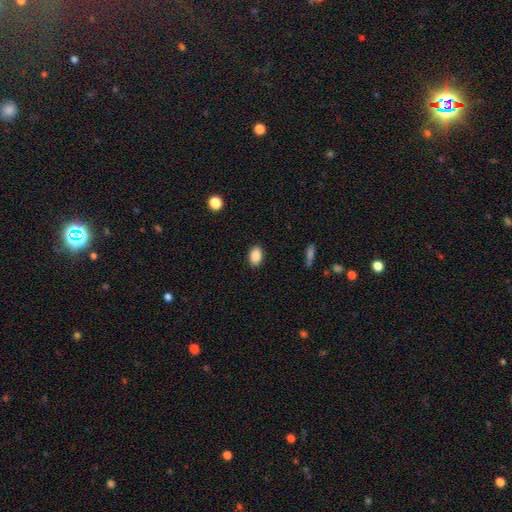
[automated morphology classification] Smooth or featured? Predicted: smooth (p=0.88). How rounded? Predicted: in between (p=0.85). Merging? Predicted: none (p=0.88).